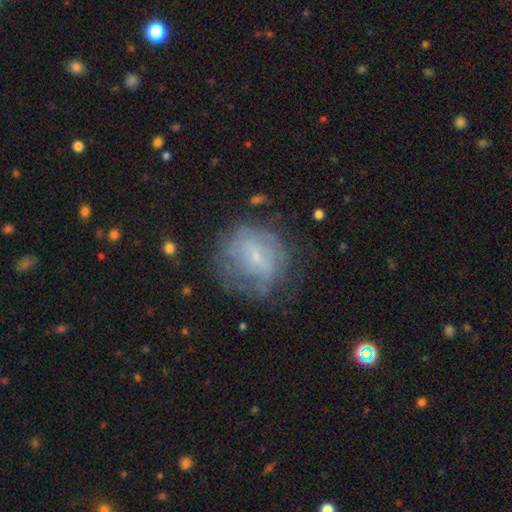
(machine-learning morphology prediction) smooth-or-featured: featured or disk: 53% | smooth: 36% | star or artifact: 11%
  disk-edge-on: no: 96% | yes: 4%
    bar: weak: 45% (tied) | no: 45% (tied) | strong: 11%
    has-spiral-arms: yes: 59% | no: 41%
    bulge-size: small: 69% | moderate: 14% | none: 14% | large: 2% | dominant: 1%
  merging: none: 58% | minor disturbance: 23% | major disturbance: 17% | merger: 2%